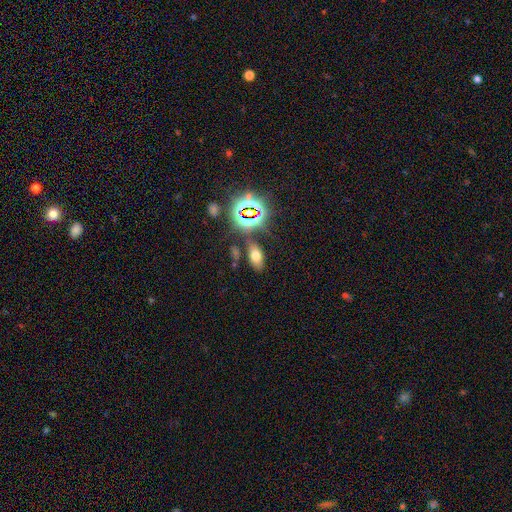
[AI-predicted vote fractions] This is possibly a smooth galaxy (59%). How rounded: clearly in between (87%). Merging: likely none (78%).